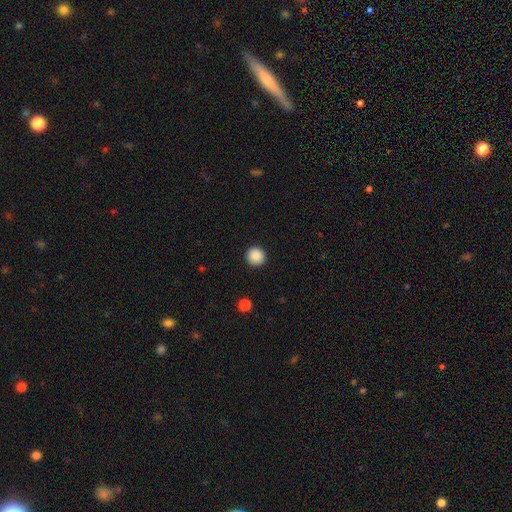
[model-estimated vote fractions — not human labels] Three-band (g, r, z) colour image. It shows a smooth galaxy with no disk features (89%) that is round (94%). Merging: none (92%).